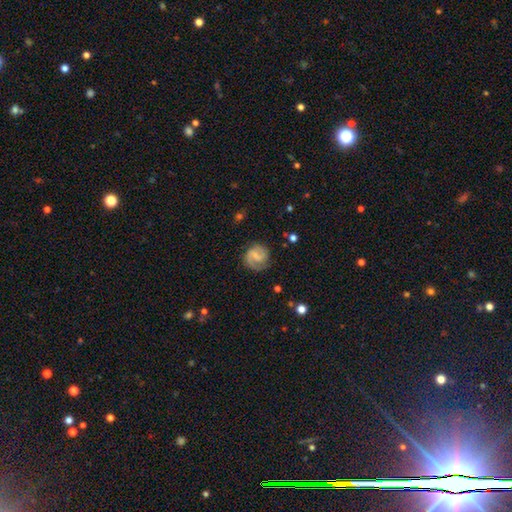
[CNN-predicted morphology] This is likely a featured or disk galaxy (64%). It is clearly not viewed edge-on (98%). Bar: possibly weak (52%). Spiral arm pattern: clearly yes (91%). Spiral arm count: likely 2 (73%). Spiral winding: marginally medium (44%). Central bulge: marginally none (41%). Merging: likely none (72%).